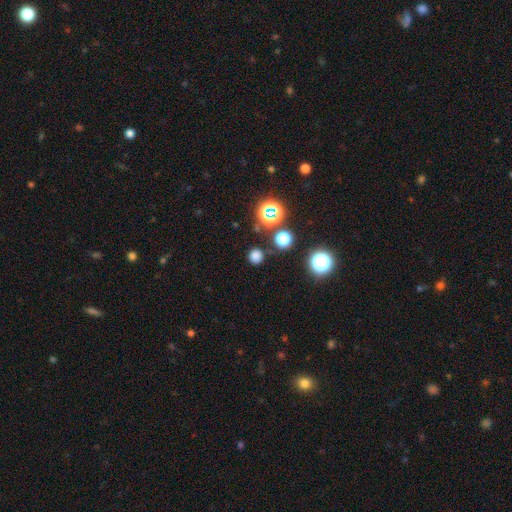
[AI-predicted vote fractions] This is likely a smooth galaxy (71%). How rounded: clearly round (93%). Merging: clearly none (84%).